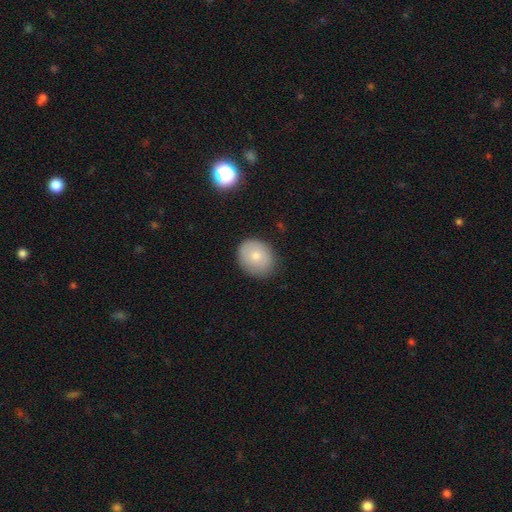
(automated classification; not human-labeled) A smooth galaxy with no disk features (76%) that is round (60%).

Vote fractions:
- Smooth or featured? smooth: 76% / featured or disk: 16% / star or artifact: 8%
- How rounded? round: 60% / in between: 39% / cigar-shaped: 1%
- Merging? none: 82% / minor disturbance: 14% / major disturbance: 3% / merger: 1%